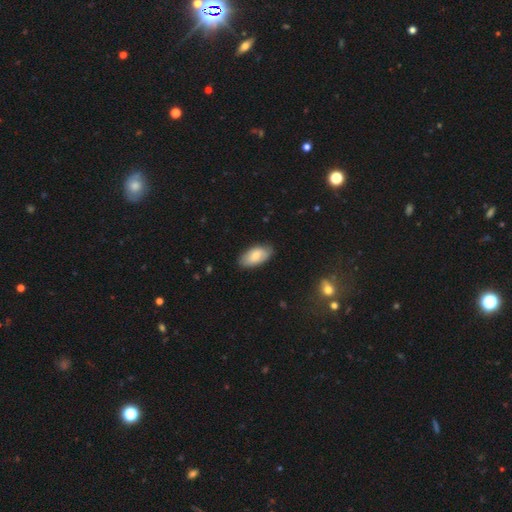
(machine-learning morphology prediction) This is likely a smooth galaxy (69%). How rounded: clearly in between (94%). Merging: clearly none (80%).